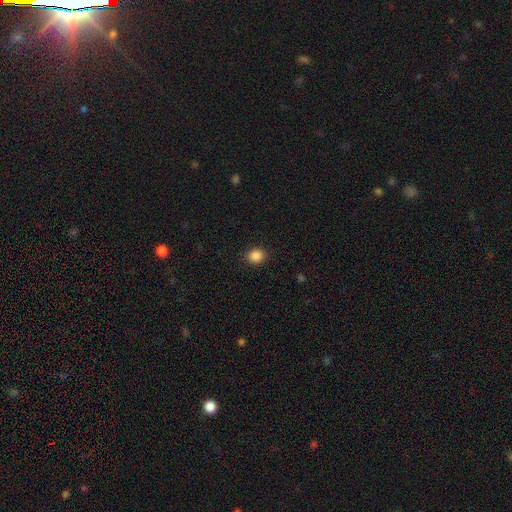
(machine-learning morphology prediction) Smooth or featured?
  - smooth: 87% *
  - star or artifact: 10%
  - featured or disk: 3%
How rounded?
  - round: 65% *
  - in between: 34%
  - cigar-shaped: 1%
Merging?
  - none: 90% *
  - minor disturbance: 7%
  - major disturbance: 2%
  - merger: 1%